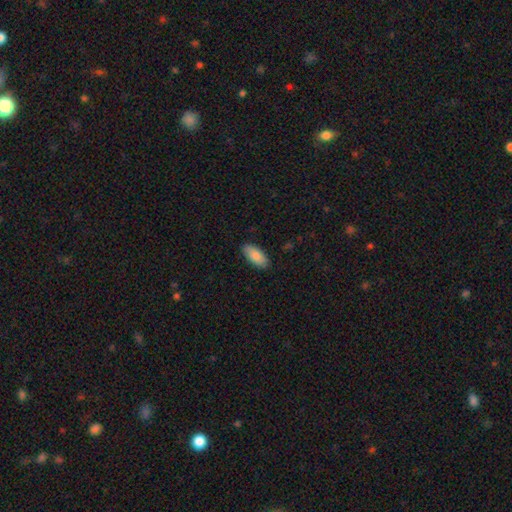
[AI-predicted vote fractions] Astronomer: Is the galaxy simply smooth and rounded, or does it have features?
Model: smooth — 87%.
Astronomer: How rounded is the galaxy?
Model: in between — 89%.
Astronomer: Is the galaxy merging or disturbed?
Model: none — 87%.